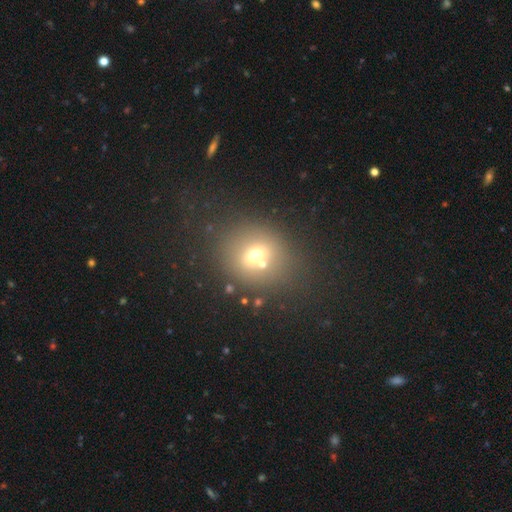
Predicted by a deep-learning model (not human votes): smooth-or-featured: smooth: 62% | star or artifact: 20% | featured or disk: 18%
  how-rounded: round: 78% | in between: 21% | cigar-shaped: 1%
  merging: none: 61% | merger: 23% | minor disturbance: 10% | major disturbance: 6%